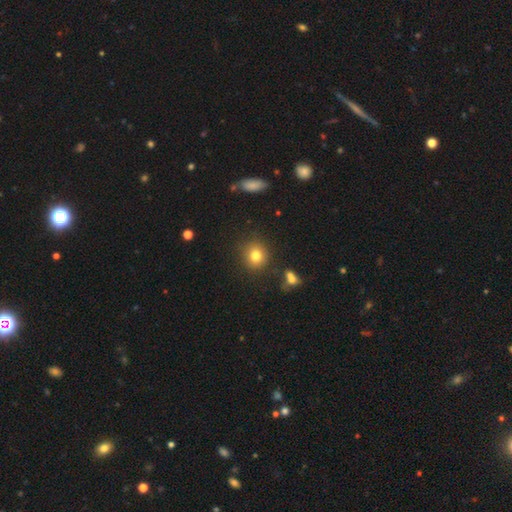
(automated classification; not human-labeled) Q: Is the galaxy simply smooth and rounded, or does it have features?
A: smooth — 80%.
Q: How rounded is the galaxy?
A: round — 84%.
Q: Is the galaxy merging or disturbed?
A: none — 84%.